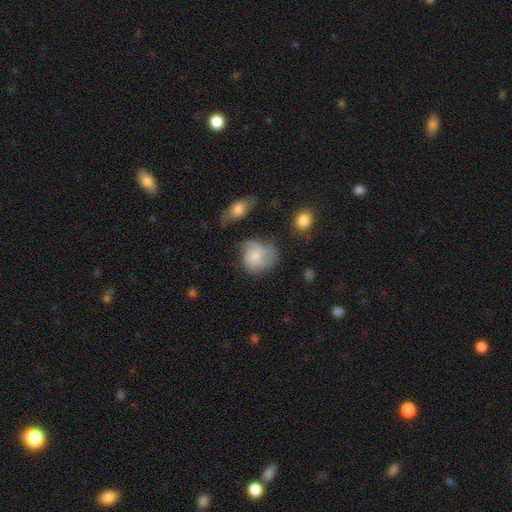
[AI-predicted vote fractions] Smooth or featured? Predicted: smooth (p=0.60). How rounded? Predicted: round (p=0.55). Merging? Predicted: none (p=0.43).